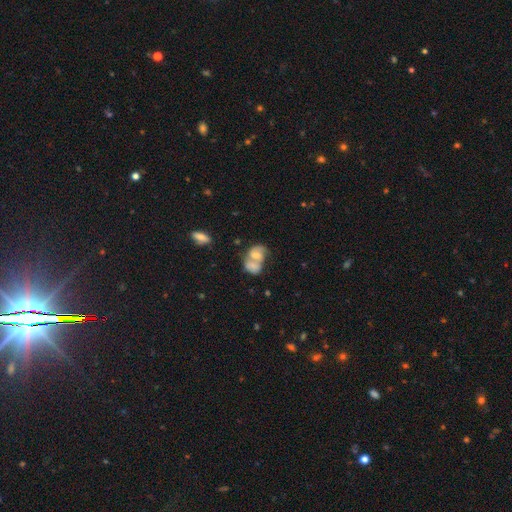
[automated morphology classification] featured or disk 52%, smooth 39%, star or artifact 9%. Down the decision tree: edge-on disk — no (97%); bar — no (63%); spiral arms — yes (70%); bulge size — moderate (40%); merging — merger (63%).